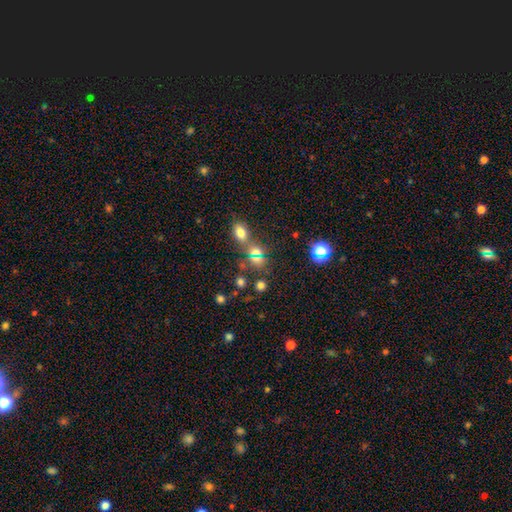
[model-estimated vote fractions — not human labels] smooth 56%, star or artifact 34%, featured or disk 10%. Down the decision tree: how rounded — round (54%); merging — none (57%).